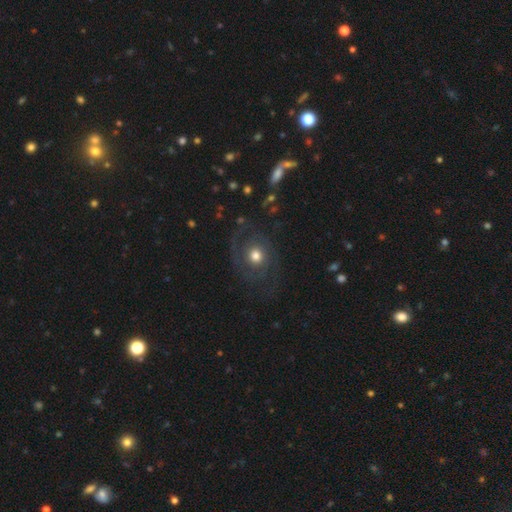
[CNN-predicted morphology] smooth-or-featured: featured or disk: 65% | smooth: 25% | star or artifact: 10%
  disk-edge-on: no: 97% | yes: 3%
    bar: no: 82% | weak: 15% | strong: 3%
    has-spiral-arms: yes: 85% | no: 15%
      spiral-winding: medium: 43% | tight: 38% | loose: 19%
      spiral-arm-count: 2: 66% | can't tell: 15% | 3: 7% | 1: 5% | 4: 4% | more than 4: 4%
    bulge-size: moderate: 69% | large: 14% | small: 13% | dominant: 2% | none: 1%
  merging: none: 72% | minor disturbance: 14% | major disturbance: 12% | merger: 2%